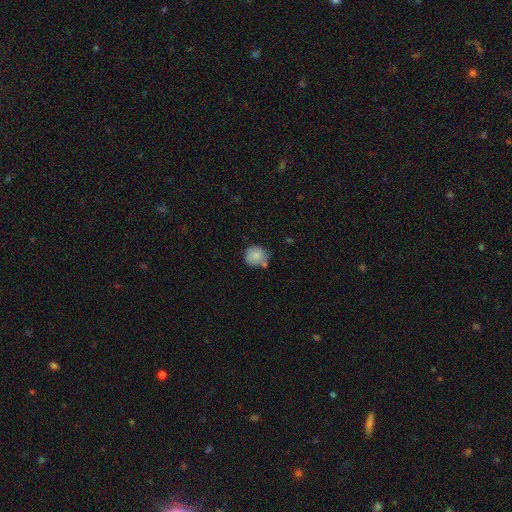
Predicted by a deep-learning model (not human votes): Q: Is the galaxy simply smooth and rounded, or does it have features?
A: smooth — 84%.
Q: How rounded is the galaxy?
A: round — 86%.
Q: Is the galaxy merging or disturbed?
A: none — 66%.